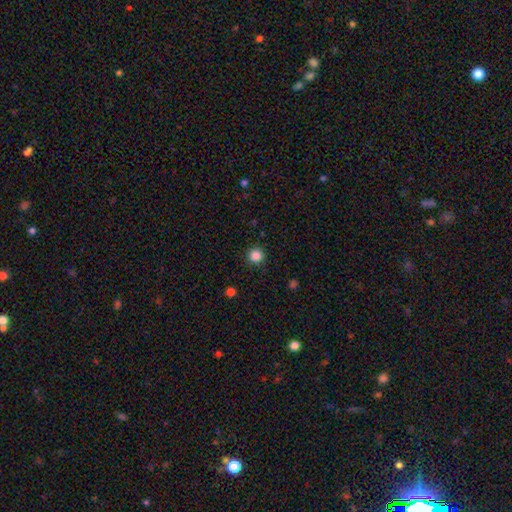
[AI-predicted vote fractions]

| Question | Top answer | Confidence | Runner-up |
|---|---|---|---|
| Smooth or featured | smooth | 85% | star or artifact (11%) |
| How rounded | round | 95% | in between (4%) |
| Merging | none | 91% | minor disturbance (6%) |